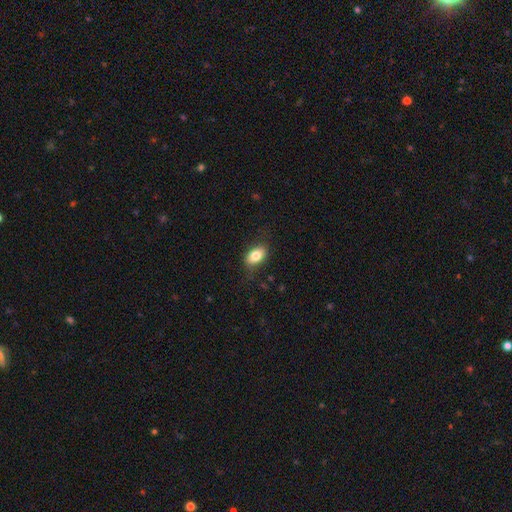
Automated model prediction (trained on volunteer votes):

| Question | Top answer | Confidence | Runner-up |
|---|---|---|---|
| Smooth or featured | smooth | 81% | featured or disk (12%) |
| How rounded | in between | 88% | round (10%) |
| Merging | none | 77% | minor disturbance (17%) |